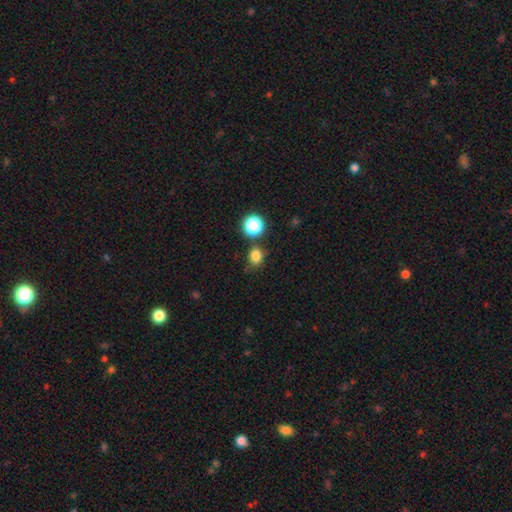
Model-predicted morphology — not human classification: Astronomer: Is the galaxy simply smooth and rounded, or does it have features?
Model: smooth — 80%.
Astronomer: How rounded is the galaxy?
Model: round — 59% (runner-up: in between, 40%).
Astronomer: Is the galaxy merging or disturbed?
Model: none — 74%.